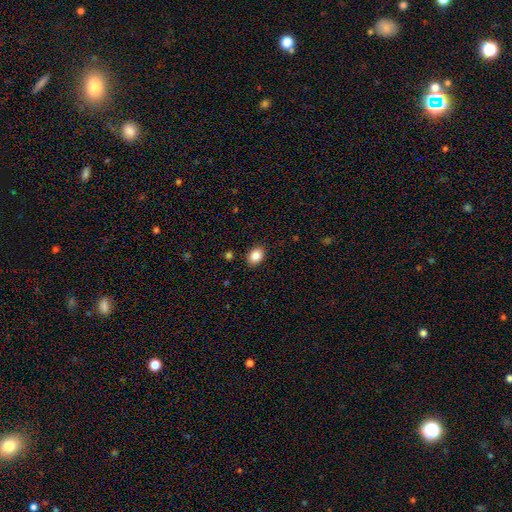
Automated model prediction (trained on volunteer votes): A smooth galaxy with no disk features (87%) that is in between round and cigar-shaped (73%). Merging: none (88%).